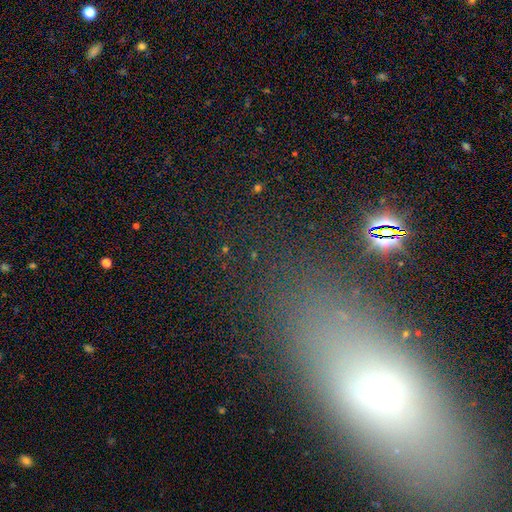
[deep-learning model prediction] Overall: smooth (42%; star or artifact 39%). Merging: none (71%).